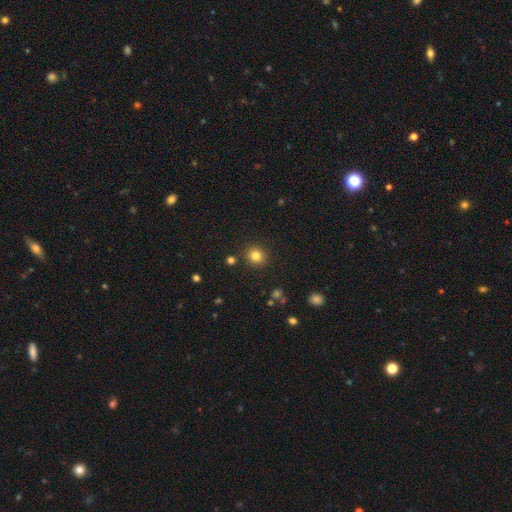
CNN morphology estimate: Smooth or featured: smooth — 82% (star or artifact — 12%)
How rounded: round — 82% (in between — 17%)
Merging: none — 88% (minor disturbance — 7%)